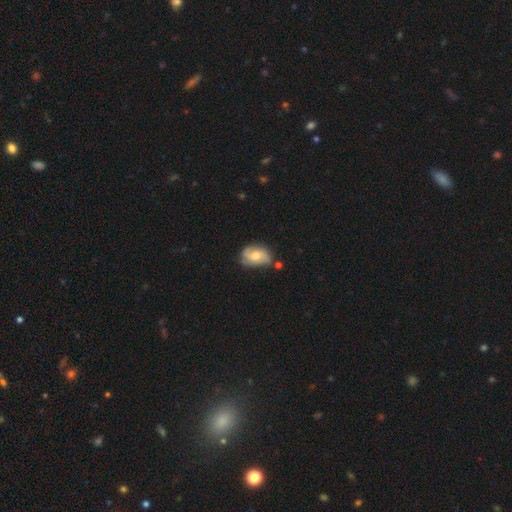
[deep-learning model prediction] Smooth or featured?
  - featured or disk: 47% *
  - smooth: 46%
  - star or artifact: 7%
Merging?
  - none: 53% *
  - minor disturbance: 30%
  - major disturbance: 9%
  - merger: 8%